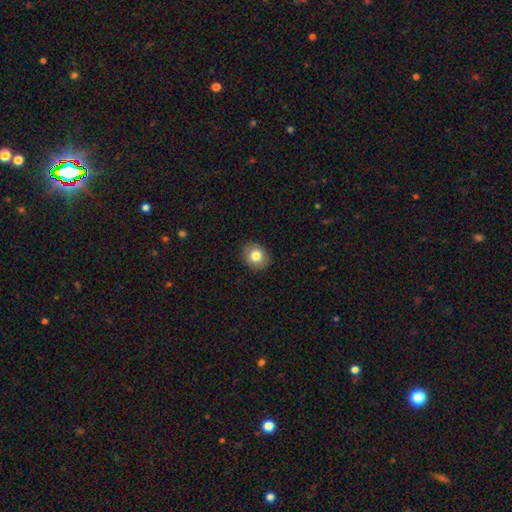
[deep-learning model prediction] Smooth or featured? smooth (81%)
How rounded? round (63%)
Merging? none (89%)